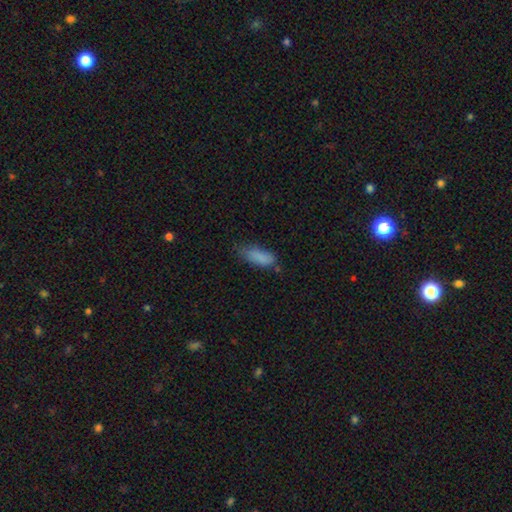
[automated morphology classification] The model was most divided on "merging": none: 52%, minor disturbance: 33%, major disturbance: 11%, merger: 3%. More confident: smooth or featured — smooth (84%); how rounded — in between (75%).